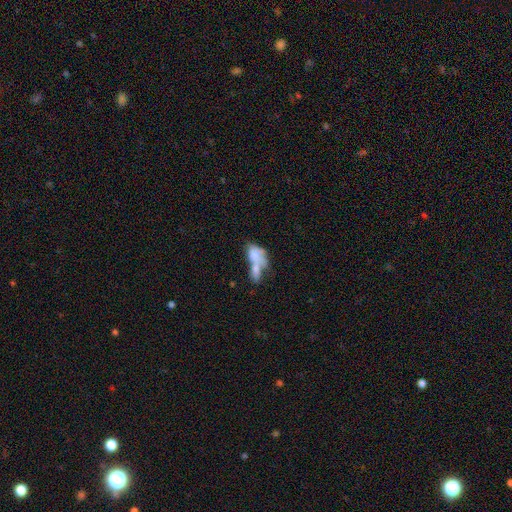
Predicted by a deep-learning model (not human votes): Q: Smooth or featured?
A: smooth (64%); runner-up: featured or disk (28%)
Q: How rounded?
A: in between (84%); runner-up: cigar-shaped (10%)
Q: Merging?
A: merger (66%); runner-up: none (14%)